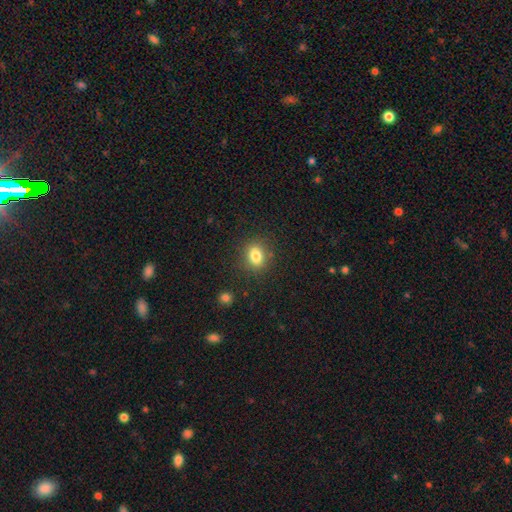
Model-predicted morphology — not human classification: Smooth or featured? smooth (81%)
How rounded? in between (57%)
Merging? none (85%)